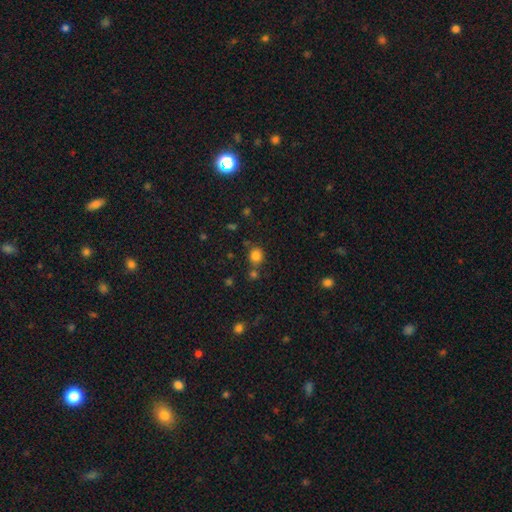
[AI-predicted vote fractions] smooth-or-featured: smooth: 81% | star or artifact: 14% | featured or disk: 5%
  how-rounded: round: 79% | in between: 20% | cigar-shaped: 1%
  merging: none: 71% | merger: 15% | minor disturbance: 11% | major disturbance: 4%